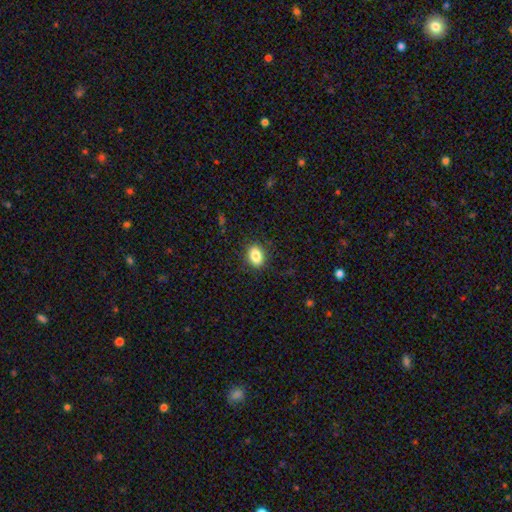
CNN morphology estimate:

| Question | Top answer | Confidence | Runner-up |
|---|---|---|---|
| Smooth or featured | smooth | 85% | star or artifact (9%) |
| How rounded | in between | 73% | round (26%) |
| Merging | none | 87% | minor disturbance (9%) |